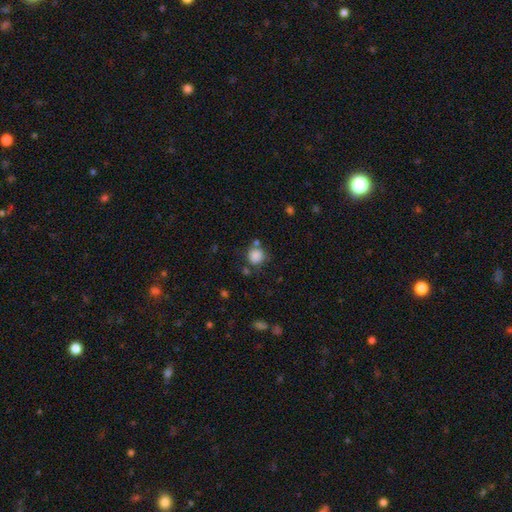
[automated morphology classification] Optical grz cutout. It shows a smooth galaxy with no disk features (85%) that is round (86%). Merging: none (70%).